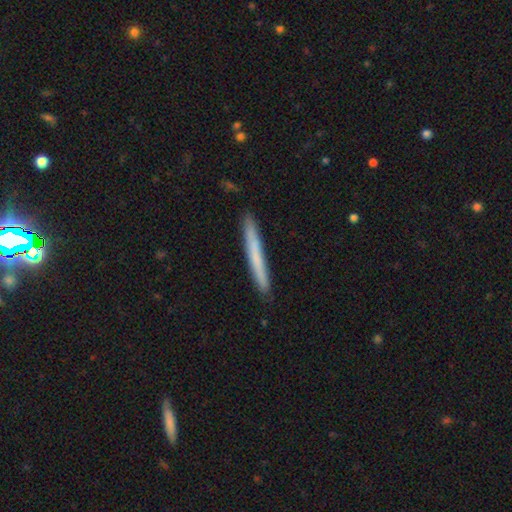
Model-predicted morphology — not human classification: smooth-or-featured: smooth: 62% | featured or disk: 32% | star or artifact: 6%
  how-rounded: cigar-shaped: 97% | in between: 2% | round: 1%
  merging: none: 91% | minor disturbance: 7% | major disturbance: 1% | merger: 1%